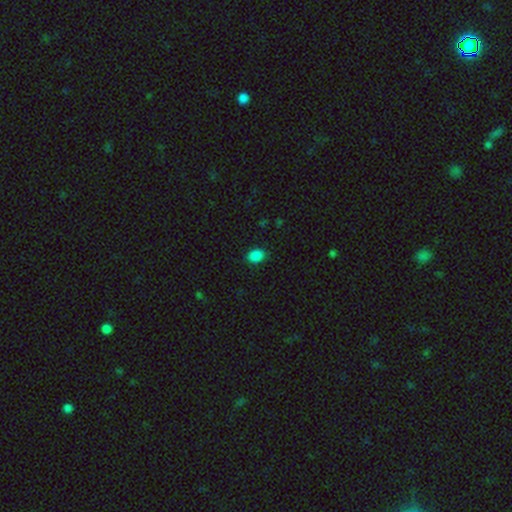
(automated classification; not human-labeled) smooth 87%, star or artifact 10%, featured or disk 3%. Down the decision tree: how rounded — in between (71%); merging — none (88%).